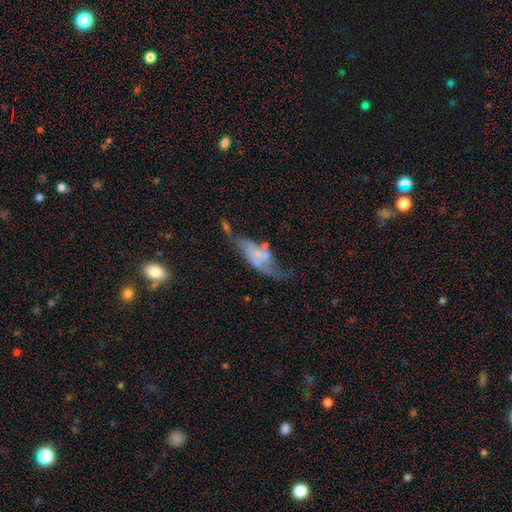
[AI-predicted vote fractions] Smooth or featured? featured or disk (63%)
Edge-on disk? no (76%)
Merging? none (30%)